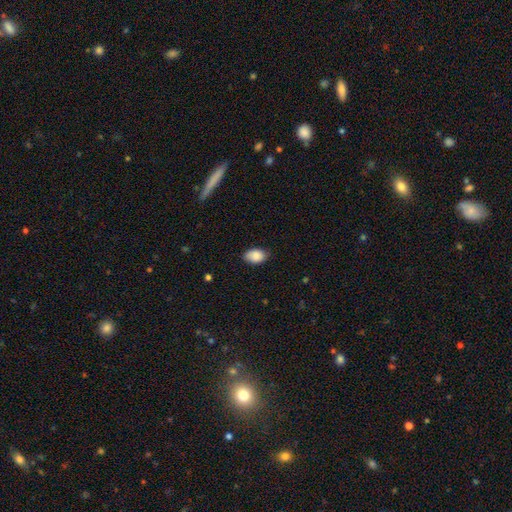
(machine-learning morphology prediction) Smooth or featured? Predicted: smooth (p=0.88). How rounded? Predicted: in between (p=0.89). Merging? Predicted: none (p=0.81).